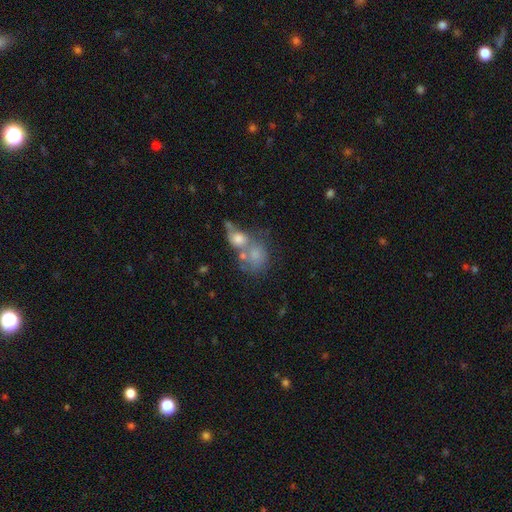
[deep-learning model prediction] Smooth or featured: smooth — 64% (featured or disk — 25%)
How rounded: round — 53% (in between — 45%)
Merging: merger — 59% (none — 20%)